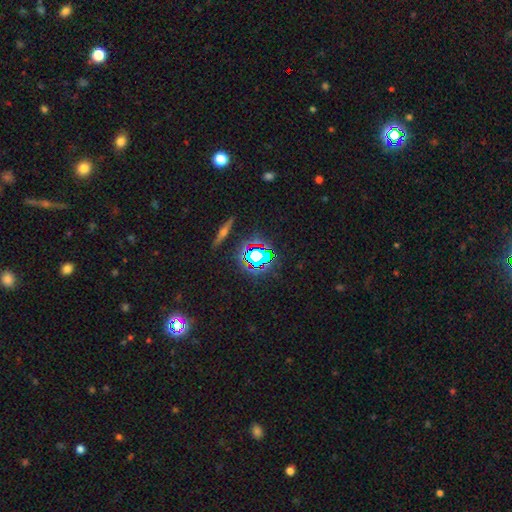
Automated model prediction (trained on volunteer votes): The model was most divided on "smooth or featured": star or artifact: 64%, smooth: 20%, featured or disk: 16%.